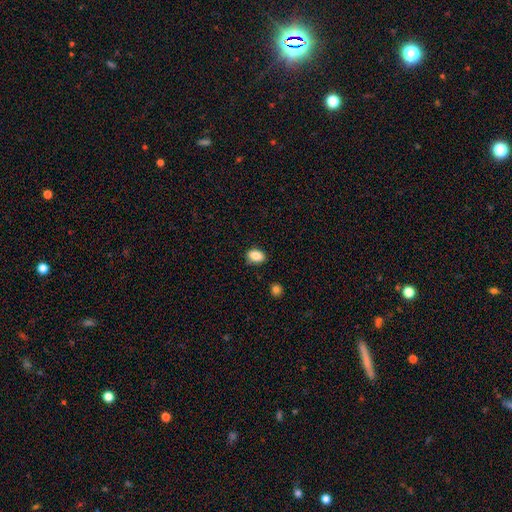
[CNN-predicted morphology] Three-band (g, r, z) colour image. It shows a smooth galaxy with no disk features (86%) that is in between round and cigar-shaped (82%). Merging: none (80%).